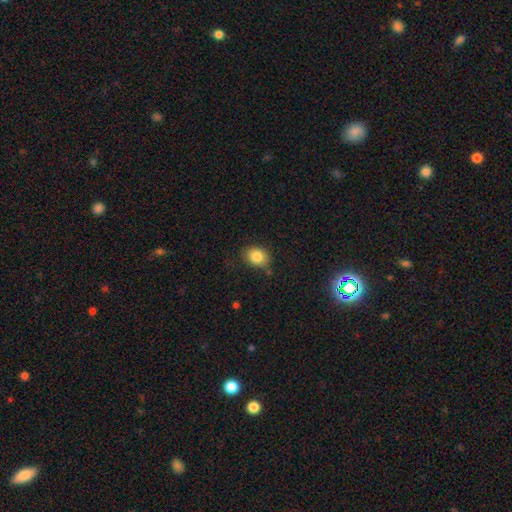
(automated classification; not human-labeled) A smooth galaxy with no disk features (85%) that is in between round and cigar-shaped (59%).

Vote fractions:
- Smooth or featured? smooth: 85% / star or artifact: 9% / featured or disk: 6%
- How rounded? in between: 59% / round: 40% / cigar-shaped: 1%
- Merging? none: 78% / minor disturbance: 16% / major disturbance: 4% / merger: 2%